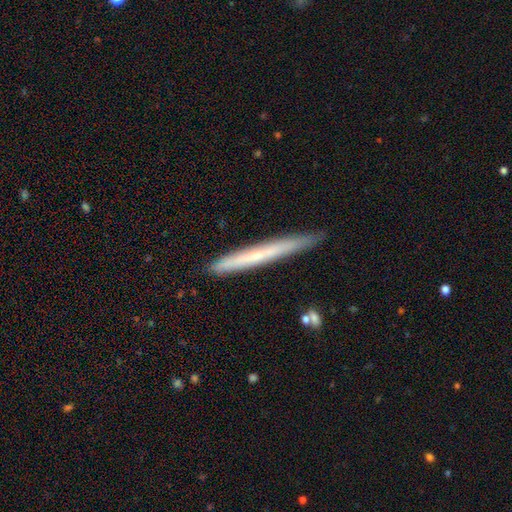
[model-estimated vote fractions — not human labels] Q: Smooth or featured?
A: featured or disk (47%); runner-up: smooth (46%)
Q: Merging?
A: none (87%); runner-up: minor disturbance (10%)